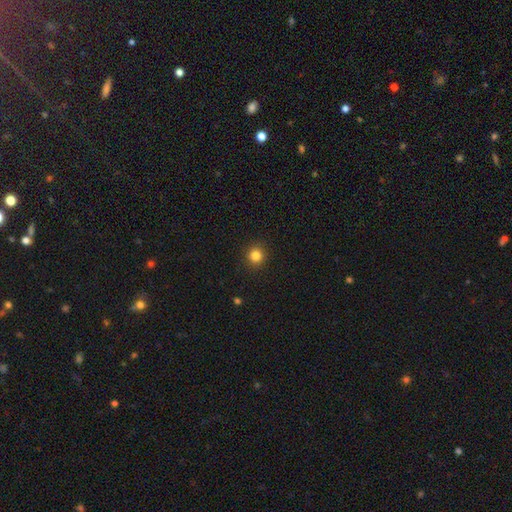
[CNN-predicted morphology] smooth 83%, star or artifact 13%, featured or disk 5%. Down the decision tree: how rounded — round (93%); merging — none (92%).